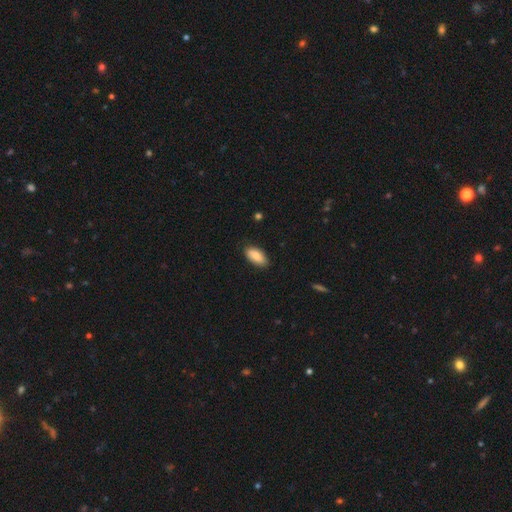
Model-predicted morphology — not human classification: A smooth galaxy with no disk features (87%) that is in between round and cigar-shaped (92%).

Vote fractions:
- Smooth or featured? smooth: 87% / featured or disk: 7% / star or artifact: 6%
- How rounded? in between: 92% / cigar-shaped: 6% / round: 2%
- Merging? none: 83% / minor disturbance: 14% / major disturbance: 2% / merger: 1%